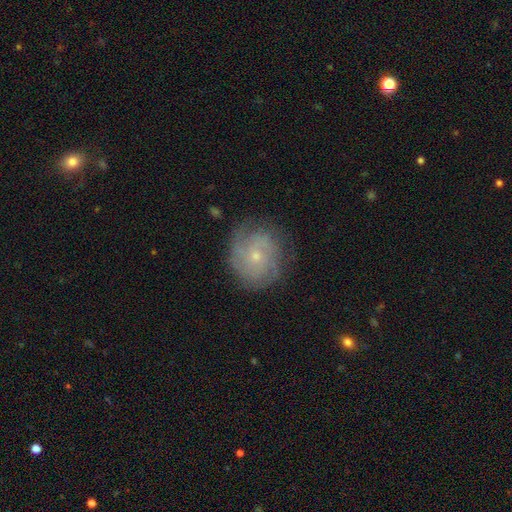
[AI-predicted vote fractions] smooth_or_featured: featured or disk (p=0.72) [alt: smooth p=0.20]
disk_edge_on: no (p=0.97) [alt: yes p=0.03]
bar: no (p=0.80) [alt: weak p=0.17]
has_spiral_arms: yes (p=0.91) [alt: no p=0.09]
spiral_winding: tight (p=0.63) [alt: medium p=0.28]
spiral_arm_count: can't tell (p=0.40) [alt: 3 p=0.19]
bulge_size: small (p=0.74) [alt: moderate p=0.22]
merging: none (p=0.76) [alt: minor disturbance p=0.17]